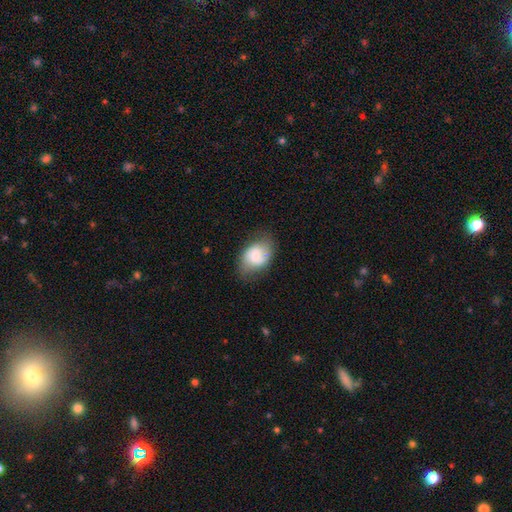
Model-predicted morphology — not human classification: Smooth or featured? Predicted: smooth (p=0.51). How rounded? Predicted: in between (p=0.75). Merging? Predicted: none (p=0.65).